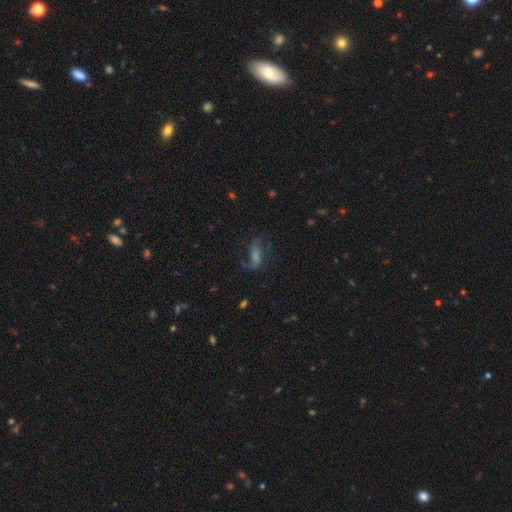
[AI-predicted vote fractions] Overall: featured or disk (61%). Edge-on disk: no (90%). Bar: weak (40%; no 31%). Spiral arms: yes (89%). Bulge size: small (31%; moderate 29%). Merging: none (62%).